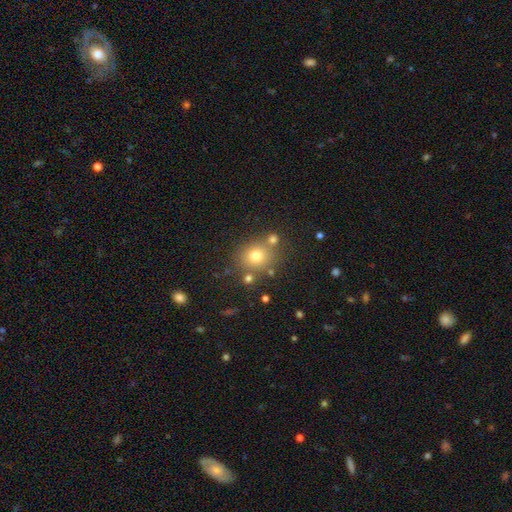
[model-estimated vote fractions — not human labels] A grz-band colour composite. It shows a smooth galaxy with no disk features (72%) that is round (78%). Merging: none (73%).